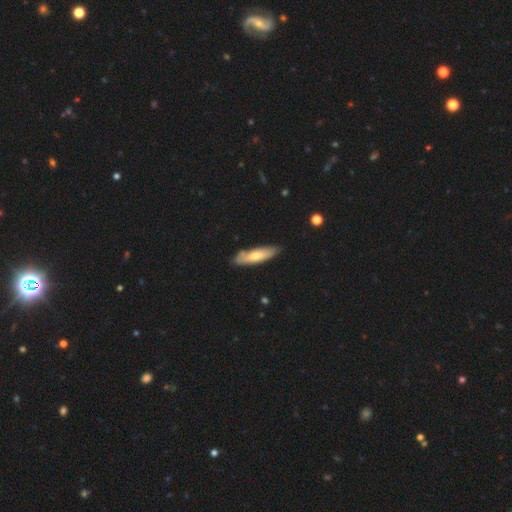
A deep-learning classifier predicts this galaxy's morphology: A smooth galaxy with no disk features (64%) that is cigar-shaped (66%).

Vote fractions:
- Smooth or featured? smooth: 64% / featured or disk: 31% / star or artifact: 5%
- How rounded? cigar-shaped: 66% / in between: 33% / round: 2%
- Merging? none: 79% / minor disturbance: 16% / merger: 3% / major disturbance: 3%